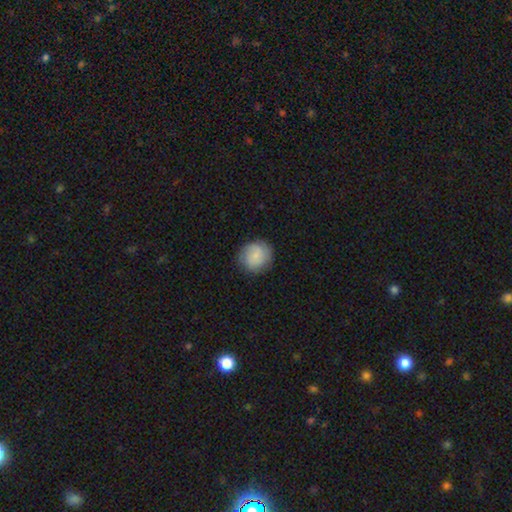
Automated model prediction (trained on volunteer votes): Smooth or featured?
  - smooth: 74% *
  - featured or disk: 19%
  - star or artifact: 7%
How rounded?
  - round: 86% *
  - in between: 13%
  - cigar-shaped: 1%
Merging?
  - none: 83% *
  - minor disturbance: 12%
  - major disturbance: 3%
  - merger: 1%